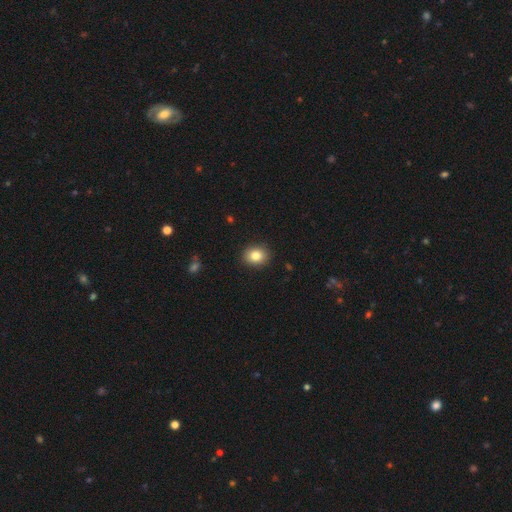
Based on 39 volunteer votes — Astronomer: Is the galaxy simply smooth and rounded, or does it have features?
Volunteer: smooth — 82%.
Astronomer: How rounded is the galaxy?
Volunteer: in between — 53% (runner-up: round, 47%).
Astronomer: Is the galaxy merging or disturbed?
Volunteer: none — 86%.